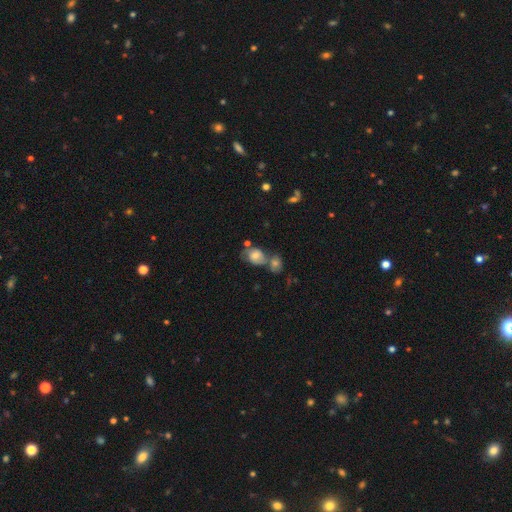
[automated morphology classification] smooth-or-featured: smooth: 63% | featured or disk: 26% | star or artifact: 10%
  how-rounded: in between: 56% | round: 42% | cigar-shaped: 2%
  merging: merger: 43% | none: 33% | minor disturbance: 16% | major disturbance: 9%